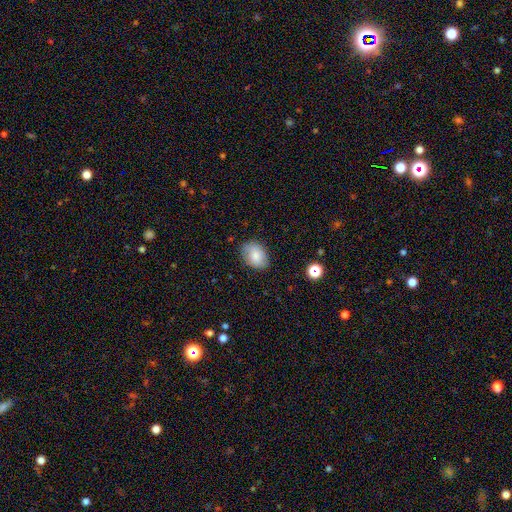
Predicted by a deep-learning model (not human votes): This is likely a smooth galaxy (80%). How rounded: clearly in between (80%). Merging: clearly none (80%).